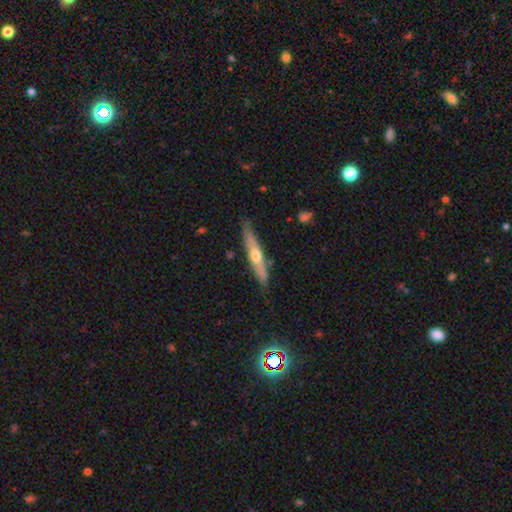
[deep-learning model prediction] smooth-or-featured: featured or disk: 59% | smooth: 36% | star or artifact: 6%
  disk-edge-on: yes: 92% | no: 8%
    edge-on-bulge: rounded: 86% | none: 11% | boxy: 3%
  merging: none: 83% | minor disturbance: 12% | merger: 2% | major disturbance: 2%